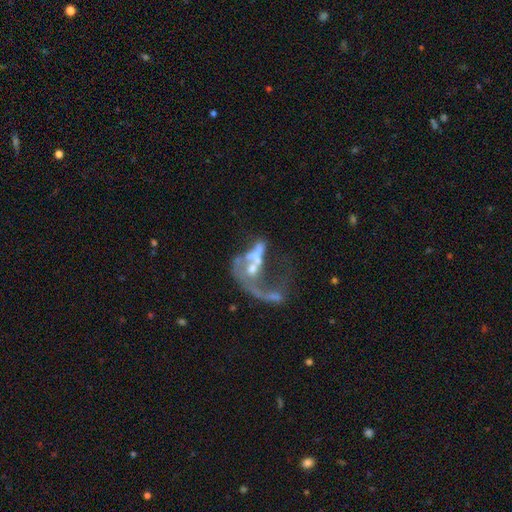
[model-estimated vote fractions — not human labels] A featured or disk galaxy (66%) with no bar (76%), no spiral arms (57%) and a moderate central bulge (44%).

Vote fractions:
- Smooth or featured? featured or disk: 66% / smooth: 23% / star or artifact: 10%
- Edge-on disk? no: 96% / yes: 4%
- Bar? no: 76% / weak: 18% / strong: 6%
- Spiral arms? no: 57% / yes: 43%
- Bulge size? moderate: 44% / small: 27% / none: 19% / large: 8% / dominant: 2%
- Merging? merger: 41% / major disturbance: 39% / none: 13% / minor disturbance: 7%